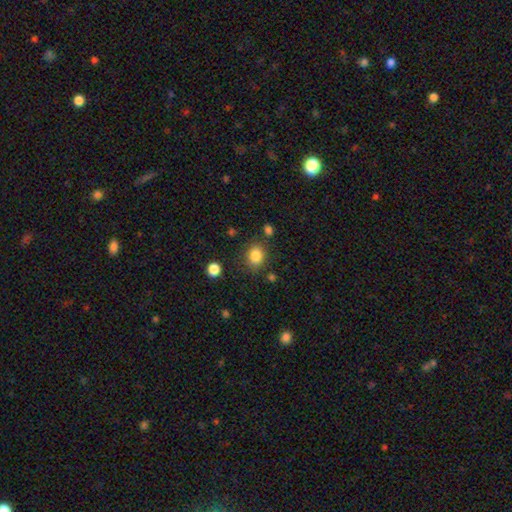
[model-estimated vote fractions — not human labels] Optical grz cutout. It shows a smooth galaxy with no disk features (84%) that is round (57%). Merging: none (79%).